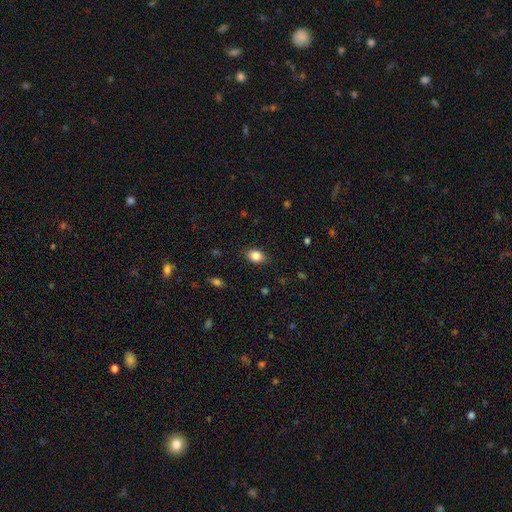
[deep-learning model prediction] Smooth or featured? smooth (85%)
How rounded? in between (69%)
Merging? none (84%)